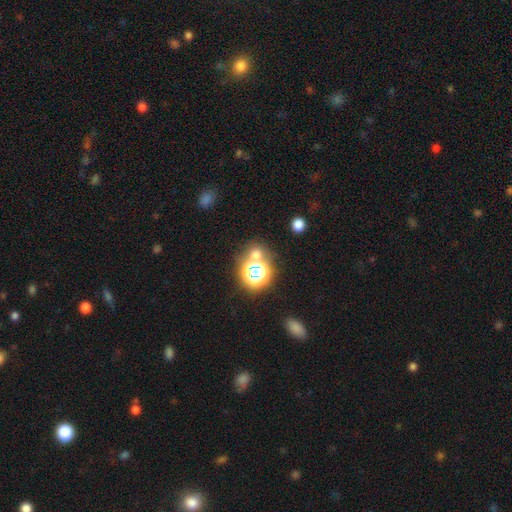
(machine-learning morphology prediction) Overall: smooth (51%; star or artifact 40%). How rounded: round (80%). Merging: none (59%; merger 27%).